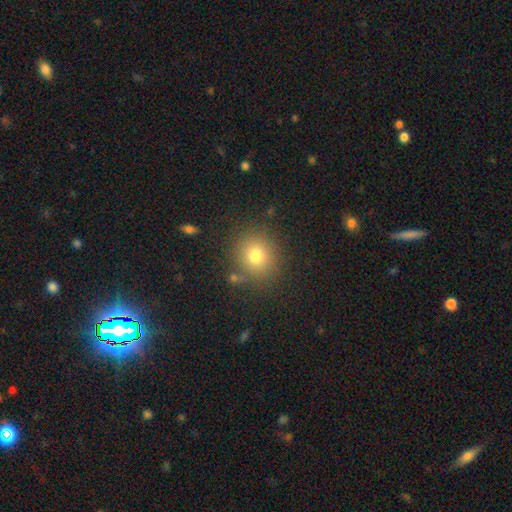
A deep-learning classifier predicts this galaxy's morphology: Q: Smooth or featured?
A: smooth (76%); runner-up: star or artifact (15%)
Q: How rounded?
A: round (88%); runner-up: in between (11%)
Q: Merging?
A: none (83%); runner-up: minor disturbance (9%)